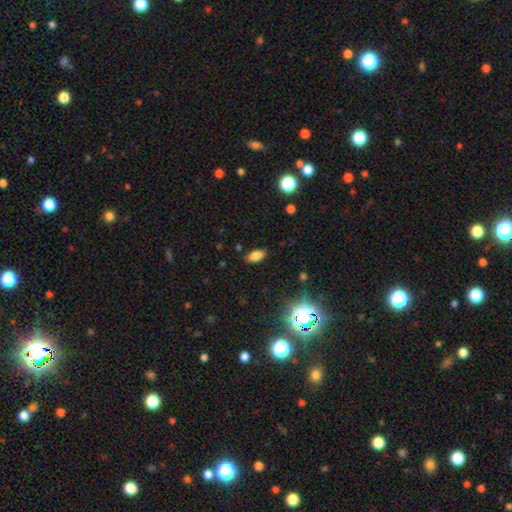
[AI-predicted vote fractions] Morphology: type=smooth (79%); roundness=in between (90%); merging=none (86%).